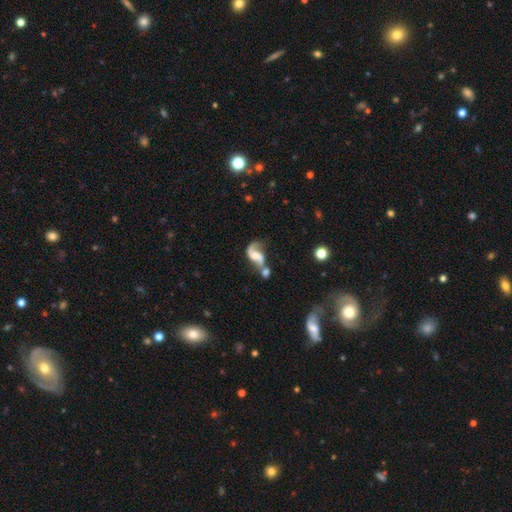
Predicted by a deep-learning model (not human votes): smooth_or_featured: featured or disk (p=0.74) [alt: smooth p=0.18]
disk_edge_on: no (p=0.97) [alt: yes p=0.03]
bar: no (p=0.48) [alt: weak p=0.38]
has_spiral_arms: yes (p=0.90) [alt: no p=0.10]
spiral_winding: loose (p=0.70) [alt: medium p=0.24]
spiral_arm_count: 2 (p=0.75) [alt: 1 p=0.19]
bulge_size: none (p=0.30) [alt: moderate p=0.28]
merging: merger (p=0.49) [alt: none p=0.23]